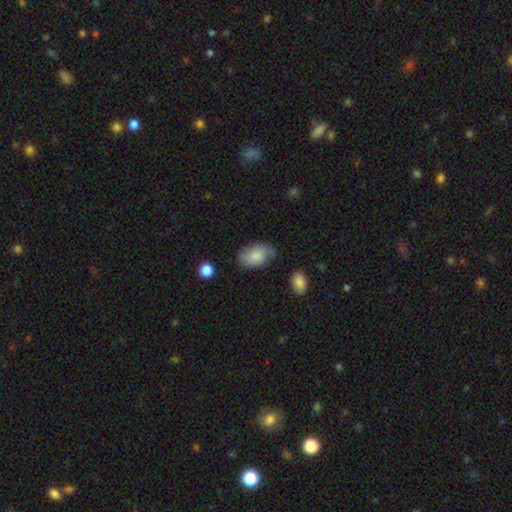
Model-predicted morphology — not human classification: A smooth galaxy with no disk features (69%) that is in between round and cigar-shaped (89%).

Vote fractions:
- Smooth or featured? smooth: 69% / featured or disk: 24% / star or artifact: 7%
- How rounded? in between: 89% / round: 10% / cigar-shaped: 1%
- Merging? none: 61% / minor disturbance: 28% / major disturbance: 8% / merger: 3%